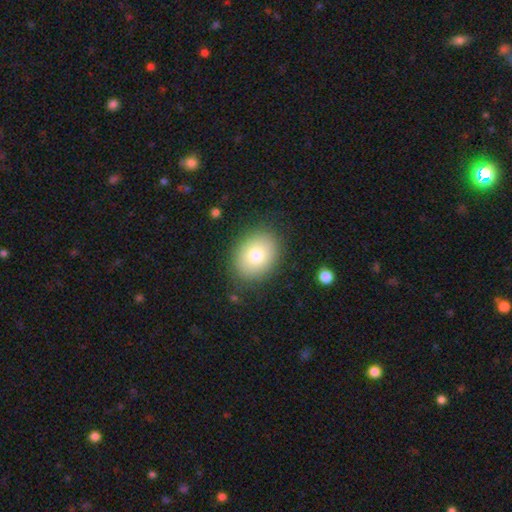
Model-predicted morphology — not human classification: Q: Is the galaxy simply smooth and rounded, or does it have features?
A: smooth — 78%.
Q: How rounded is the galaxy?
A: in between — 59%.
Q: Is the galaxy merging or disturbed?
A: none — 88%.